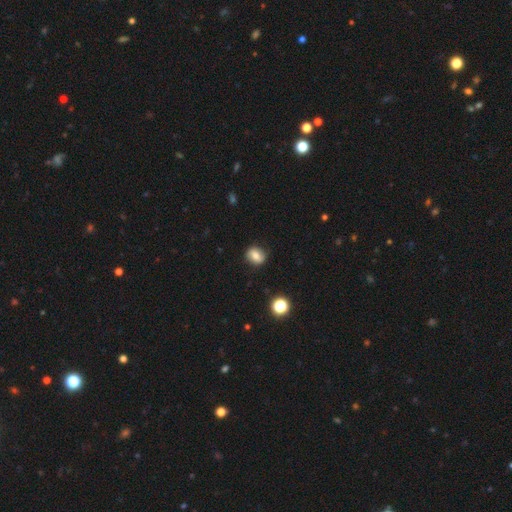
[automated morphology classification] Q: Smooth or featured?
A: smooth (73%); runner-up: featured or disk (16%)
Q: How rounded?
A: round (56%); runner-up: in between (43%)
Q: Merging?
A: none (85%); runner-up: minor disturbance (11%)